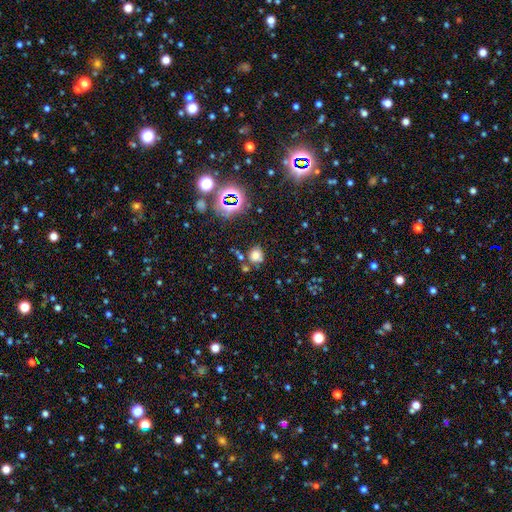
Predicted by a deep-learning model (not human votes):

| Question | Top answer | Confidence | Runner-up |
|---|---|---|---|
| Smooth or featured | smooth | 65% | star or artifact (26%) |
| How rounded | round | 83% | in between (16%) |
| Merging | none | 73% | minor disturbance (12%) |